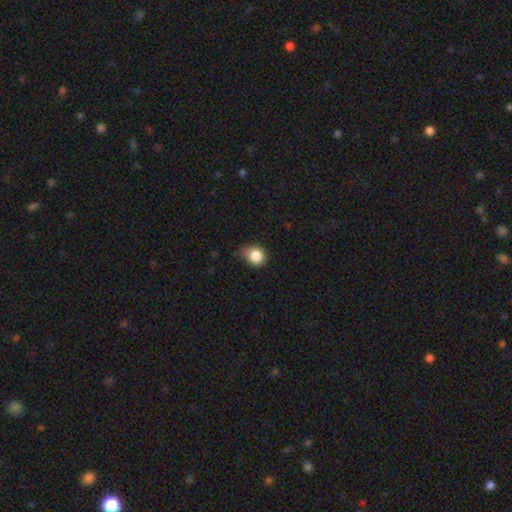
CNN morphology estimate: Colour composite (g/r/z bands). It shows a smooth galaxy with no disk features (83%) that is round (66%). Merging: minor disturbance (44%).